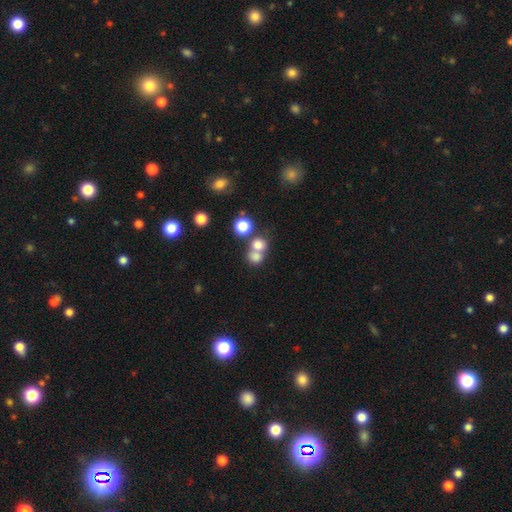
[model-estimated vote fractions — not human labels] This appears to be a smooth galaxy with no disk features (74%) that is round (72%). Merging: merger (53%).